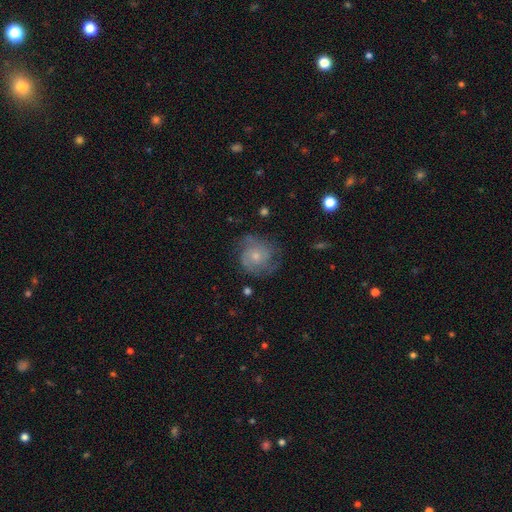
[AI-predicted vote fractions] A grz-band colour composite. It shows a featured or disk galaxy (61%) with no bar (81%), 2 (39%) tight (48%) spiral arms (85%) and a small central bulge (57%). Merging: none (65%).